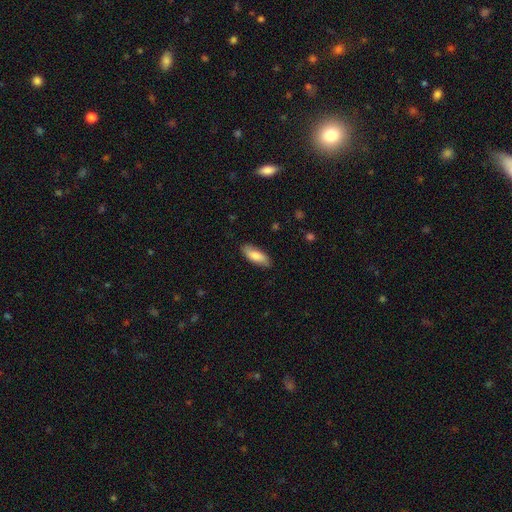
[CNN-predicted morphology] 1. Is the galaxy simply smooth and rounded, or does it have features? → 82% smooth, 13% featured or disk, 6% star or artifact.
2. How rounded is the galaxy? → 73% in between, 25% cigar-shaped, 2% round.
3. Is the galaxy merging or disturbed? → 83% none, 13% minor disturbance, 2% major disturbance, 1% merger.